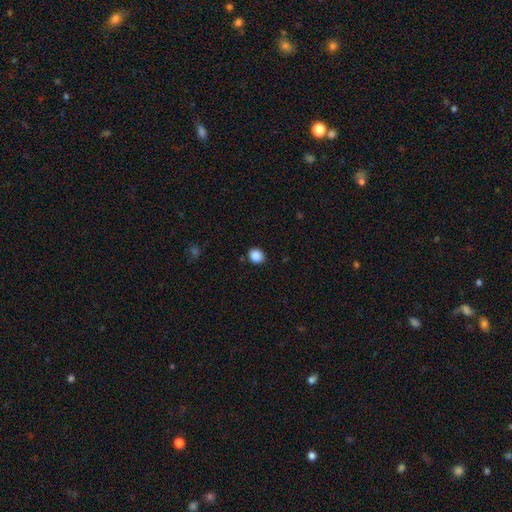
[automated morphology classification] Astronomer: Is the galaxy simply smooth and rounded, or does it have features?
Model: smooth — 88%.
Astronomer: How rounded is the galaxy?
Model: round — 70%.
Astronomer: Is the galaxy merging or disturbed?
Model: none — 88%.